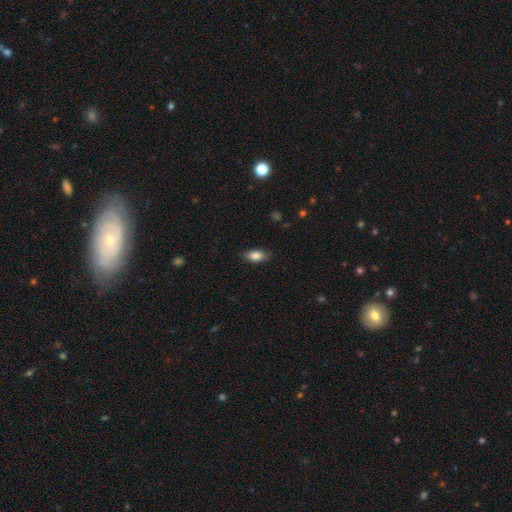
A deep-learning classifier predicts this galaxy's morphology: Q: Smooth or featured?
A: smooth (85%); runner-up: featured or disk (8%)
Q: How rounded?
A: in between (88%); runner-up: cigar-shaped (8%)
Q: Merging?
A: none (84%); runner-up: minor disturbance (12%)